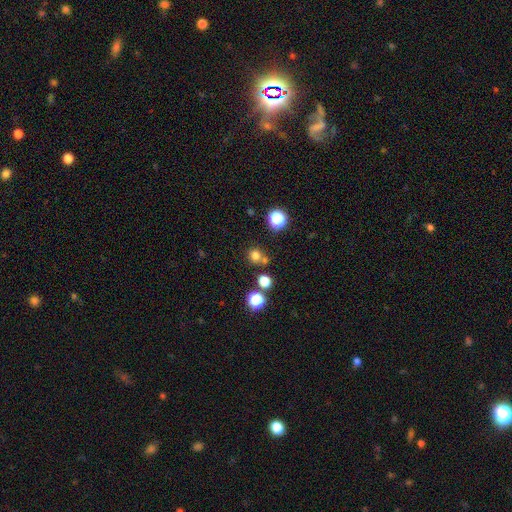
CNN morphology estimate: type=smooth (73%); roundness=round (89%); merging=none (67%).